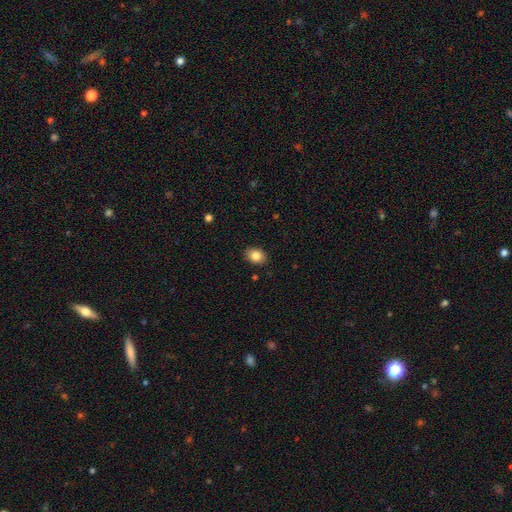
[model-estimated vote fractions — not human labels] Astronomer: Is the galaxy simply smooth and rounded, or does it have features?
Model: smooth — 85%.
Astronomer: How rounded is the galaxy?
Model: in between — 68%.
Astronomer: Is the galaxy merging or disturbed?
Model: none — 88%.